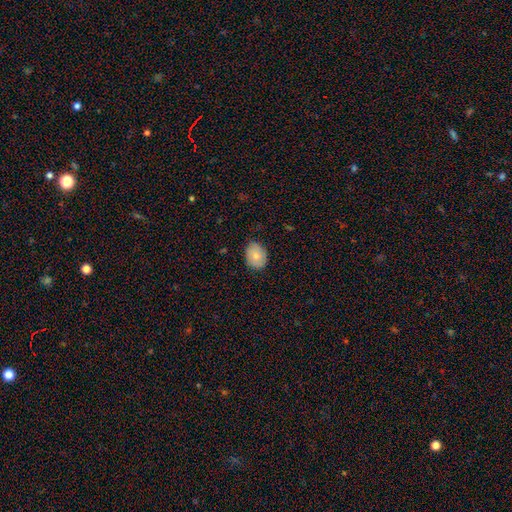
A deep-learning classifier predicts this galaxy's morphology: Smooth or featured? Predicted: smooth (p=0.80). How rounded? Predicted: in between (p=0.59). Merging? Predicted: none (p=0.81).